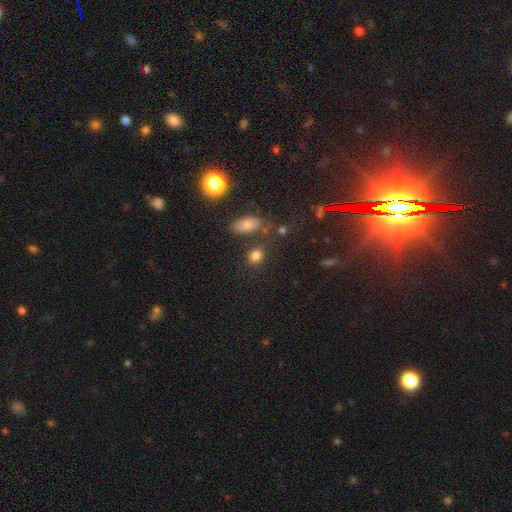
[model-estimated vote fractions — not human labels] Smooth or featured?
  - smooth: 80% *
  - star or artifact: 13%
  - featured or disk: 7%
How rounded?
  - round: 49% * (tied)
  - in between: 49% * (tied)
  - cigar-shaped: 2%
Merging?
  - none: 74% *
  - minor disturbance: 12%
  - merger: 9%
  - major disturbance: 5%